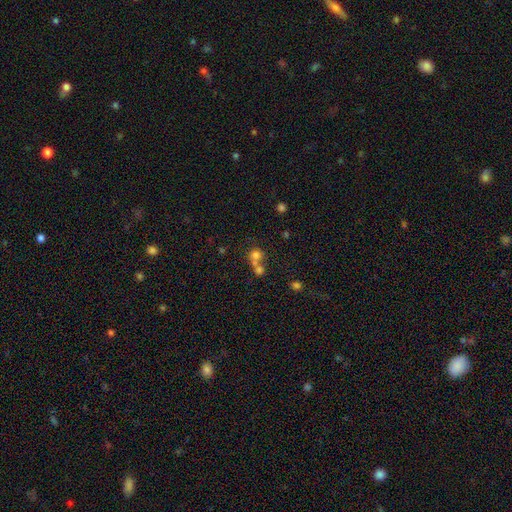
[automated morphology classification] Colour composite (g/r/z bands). It shows a smooth galaxy with no disk features (70%) that is round (84%). Merging: merger (51%).